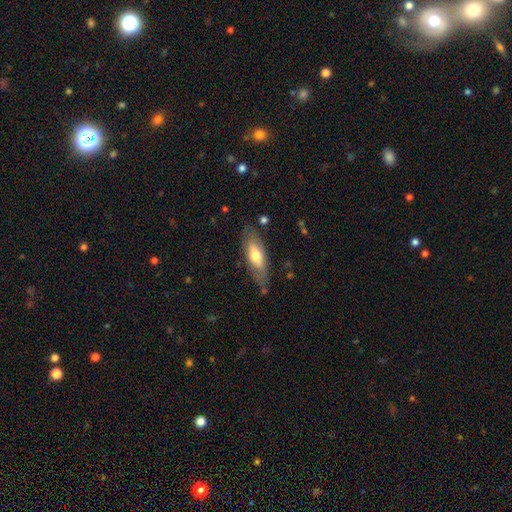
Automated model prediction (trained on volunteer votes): Q: Smooth or featured?
A: smooth (58%); runner-up: featured or disk (36%)
Q: How rounded?
A: in between (65%); runner-up: cigar-shaped (33%)
Q: Merging?
A: none (74%); runner-up: minor disturbance (19%)